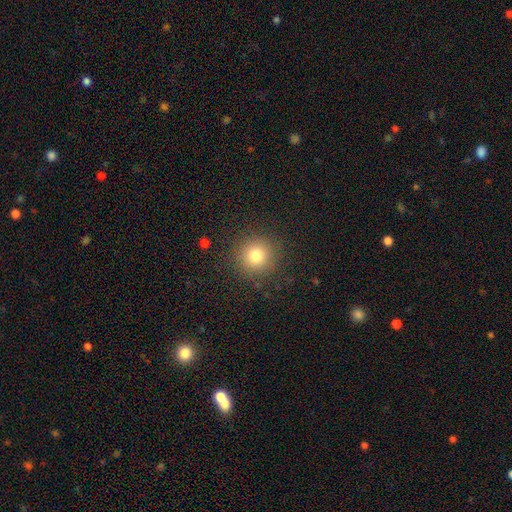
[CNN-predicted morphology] Overall: smooth (79%). How rounded: round (94%). Merging: none (89%).